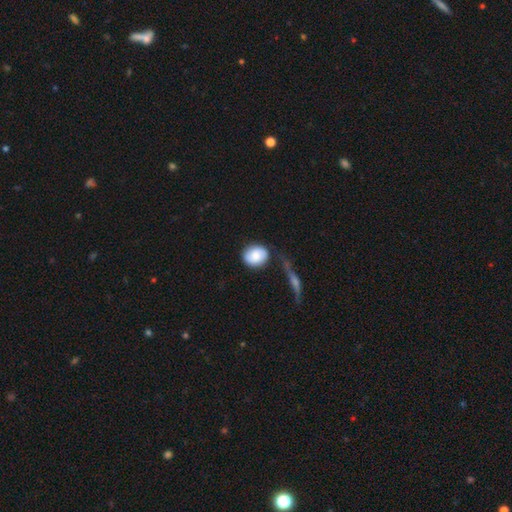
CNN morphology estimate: Q: Smooth or featured?
A: smooth (77%); runner-up: featured or disk (17%)
Q: How rounded?
A: round (58%); runner-up: in between (41%)
Q: Merging?
A: none (63%); runner-up: minor disturbance (20%)